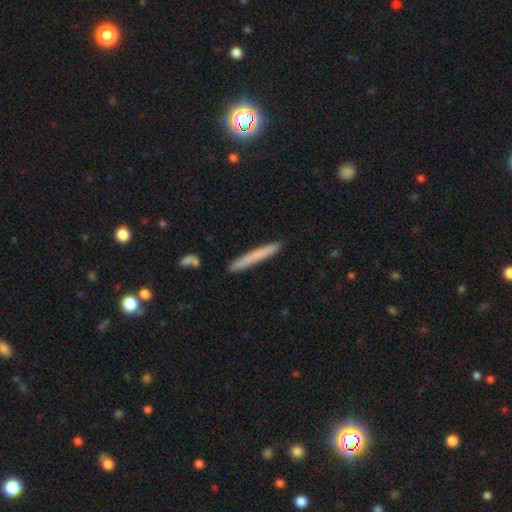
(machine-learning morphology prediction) A smooth galaxy with no disk features (70%) that is cigar-shaped (97%). Merging: none (90%).